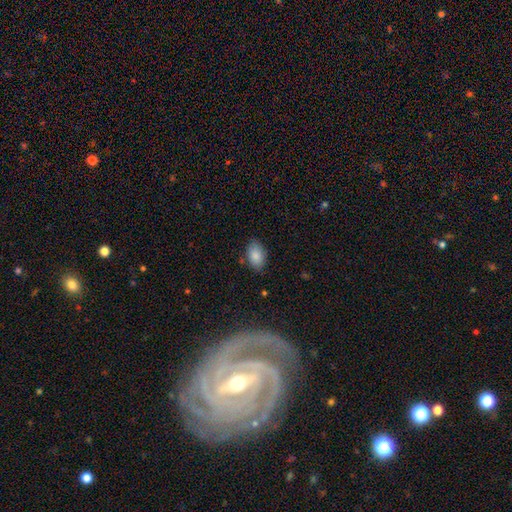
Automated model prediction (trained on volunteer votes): Morphology: type=smooth (86%); roundness=in between (91%); merging=none (80%).